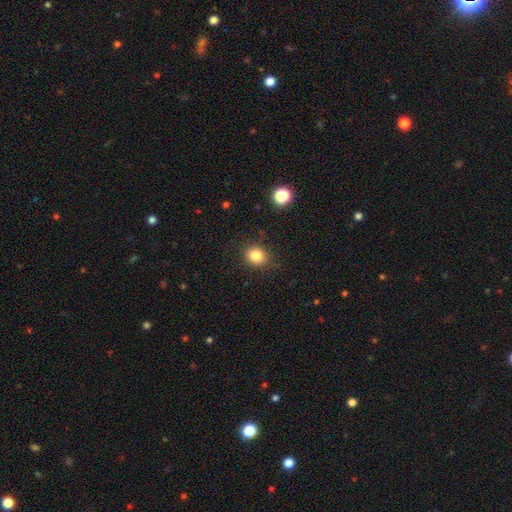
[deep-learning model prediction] A smooth galaxy with no disk features (82%) that is round (68%).

Vote fractions:
- Smooth or featured? smooth: 82% / star or artifact: 12% / featured or disk: 6%
- How rounded? round: 68% / in between: 31% / cigar-shaped: 1%
- Merging? none: 87% / minor disturbance: 9% / major disturbance: 3% / merger: 1%